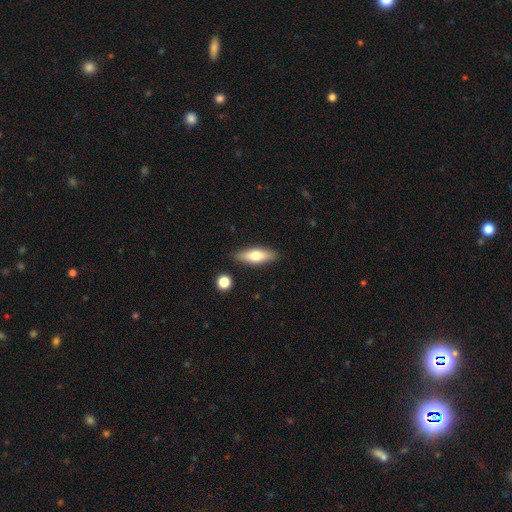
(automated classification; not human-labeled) smooth 65%, featured or disk 28%, star or artifact 6%. Down the decision tree: how rounded — in between (56%); merging — none (85%).